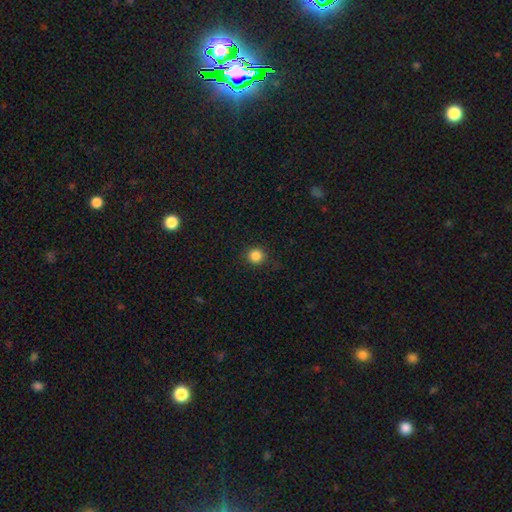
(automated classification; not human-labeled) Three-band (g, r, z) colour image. It shows a smooth galaxy with no disk features (86%) that is round (93%). Merging: none (90%).